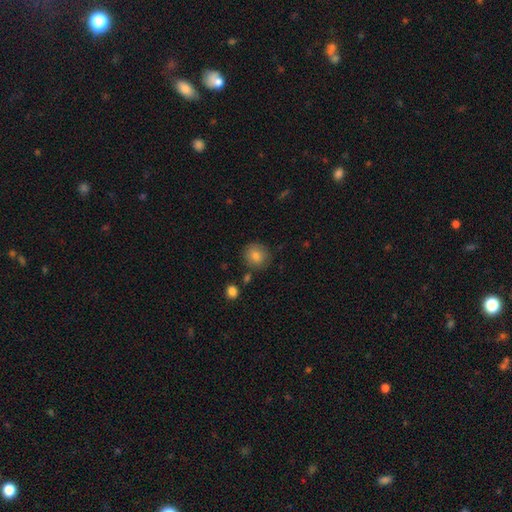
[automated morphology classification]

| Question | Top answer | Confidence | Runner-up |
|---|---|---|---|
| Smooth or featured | smooth | 81% | star or artifact (10%) |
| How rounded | round | 86% | in between (13%) |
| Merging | none | 83% | minor disturbance (11%) |